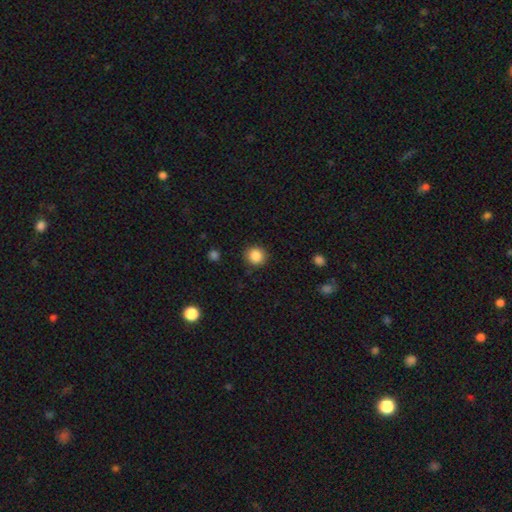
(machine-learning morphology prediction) smooth-or-featured: smooth: 86% | star or artifact: 10% | featured or disk: 4%
  how-rounded: round: 90% | in between: 9% | cigar-shaped: 1%
  merging: none: 88% | minor disturbance: 8% | major disturbance: 3% | merger: 1%